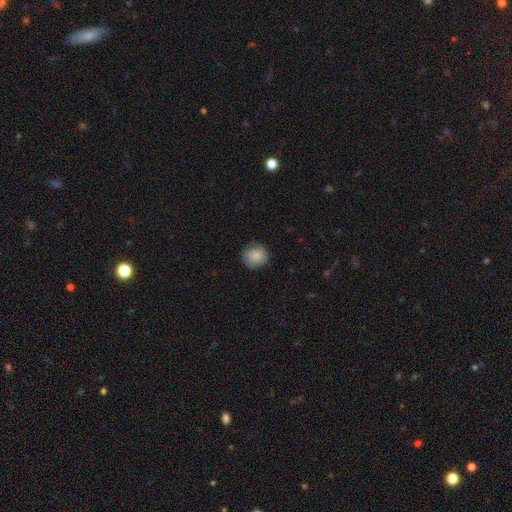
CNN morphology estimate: Smooth or featured? Predicted: smooth (p=0.83). How rounded? Predicted: round (p=0.86). Merging? Predicted: none (p=0.77).